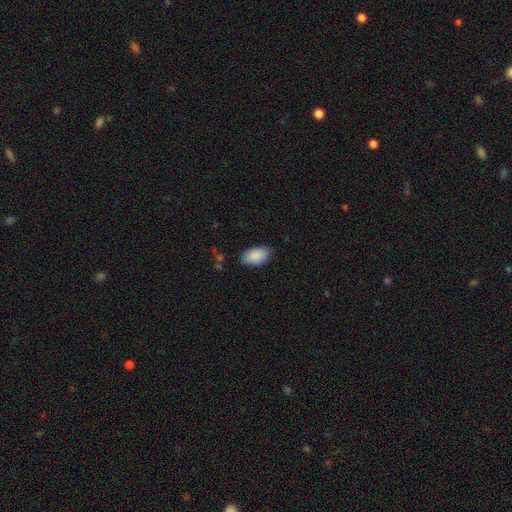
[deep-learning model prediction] Smooth or featured?
  - smooth: 89% *
  - star or artifact: 6%
  - featured or disk: 5%
How rounded?
  - in between: 95% *
  - round: 3%
  - cigar-shaped: 2%
Merging?
  - none: 82% *
  - minor disturbance: 14%
  - major disturbance: 3%
  - merger: 1%